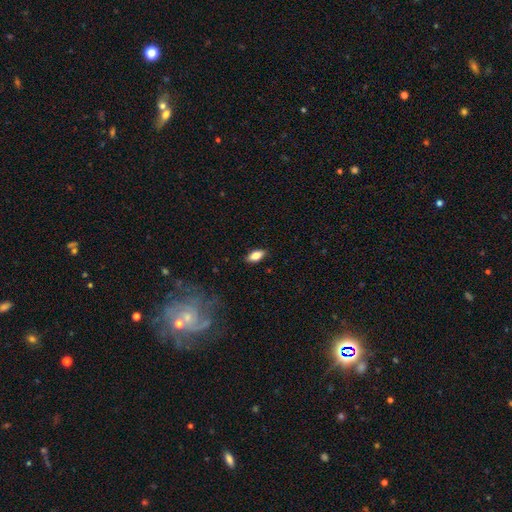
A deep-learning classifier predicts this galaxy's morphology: Smooth or featured? smooth (74%)
How rounded? in between (82%)
Merging? none (87%)